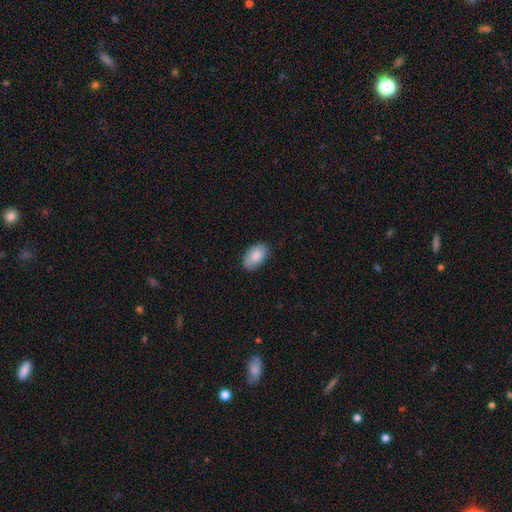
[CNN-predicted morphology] smooth 87%, featured or disk 7%, star or artifact 6%. Down the decision tree: how rounded — in between (93%); merging — none (82%).